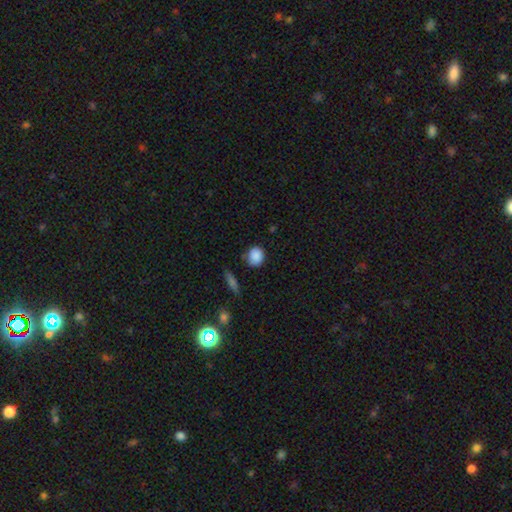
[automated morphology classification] Smooth or featured: smooth — 87% (star or artifact — 9%)
How rounded: round — 73% (in between — 25%)
Merging: none — 80% (minor disturbance — 14%)